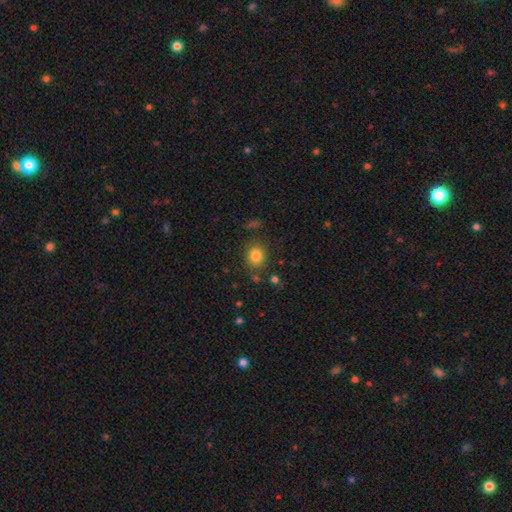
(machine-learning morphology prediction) smooth_or_featured: smooth (p=0.82) [alt: star or artifact p=0.11]
how_rounded: round (p=0.75) [alt: in between p=0.24]
merging: none (p=0.82) [alt: minor disturbance p=0.10]